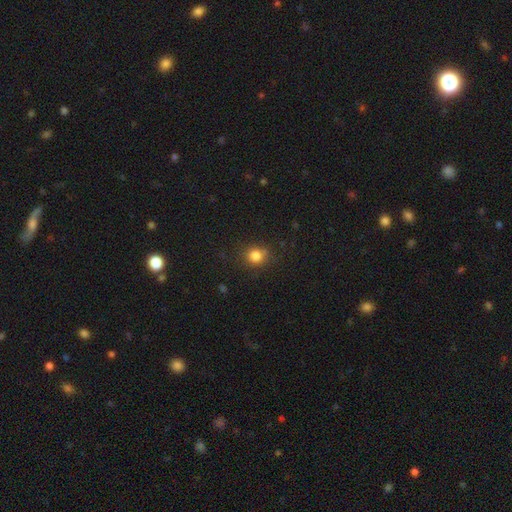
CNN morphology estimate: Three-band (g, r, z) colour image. It shows a smooth galaxy with no disk features (83%) that is round (81%). Merging: none (80%).